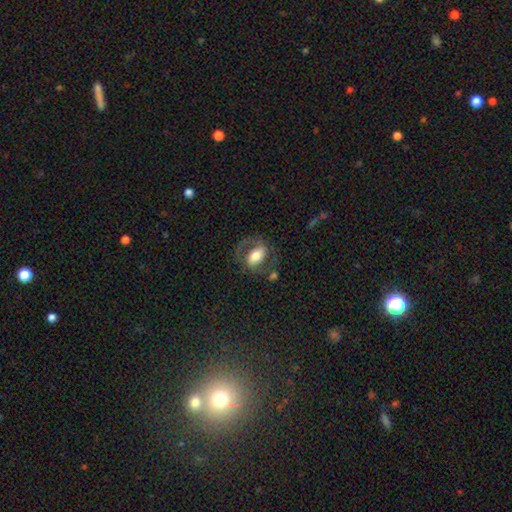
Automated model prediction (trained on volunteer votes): Smooth or featured? Predicted: featured or disk (p=0.47). Merging? Predicted: none (p=0.57).